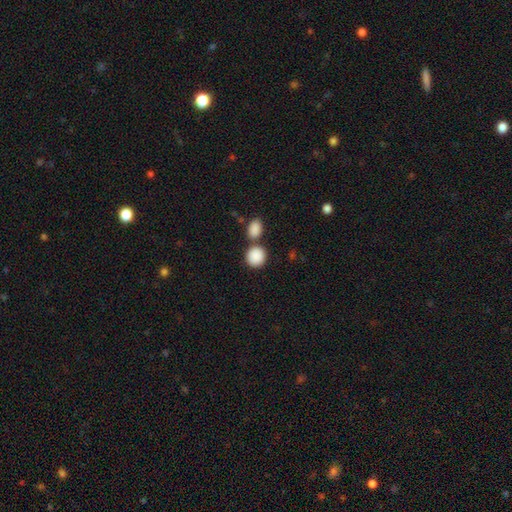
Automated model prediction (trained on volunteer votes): smooth 89%, star or artifact 7%, featured or disk 4%. Down the decision tree: how rounded — round (78%); merging — none (61%).